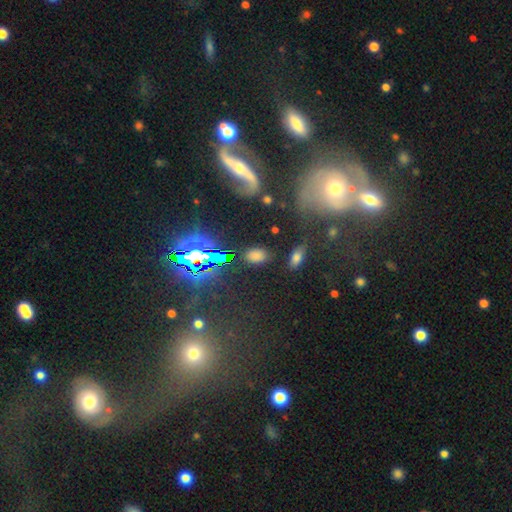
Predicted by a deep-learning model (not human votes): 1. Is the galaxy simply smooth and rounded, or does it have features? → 62% smooth, 31% star or artifact, 8% featured or disk.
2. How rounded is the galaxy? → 82% in between, 15% round, 3% cigar-shaped.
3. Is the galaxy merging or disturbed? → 83% none, 10% minor disturbance, 4% major disturbance, 3% merger.